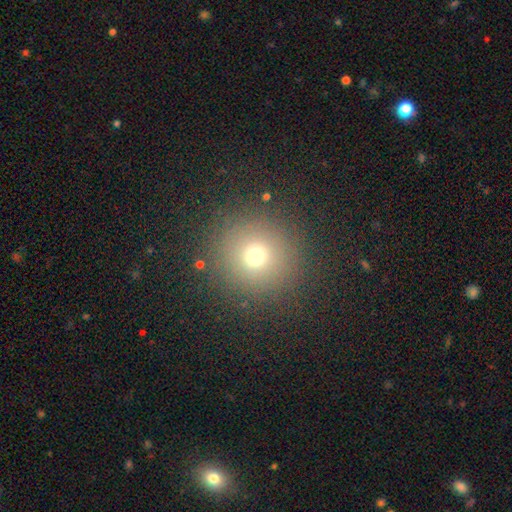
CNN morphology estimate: Overall: smooth (70%). How rounded: round (95%). Merging: none (89%).